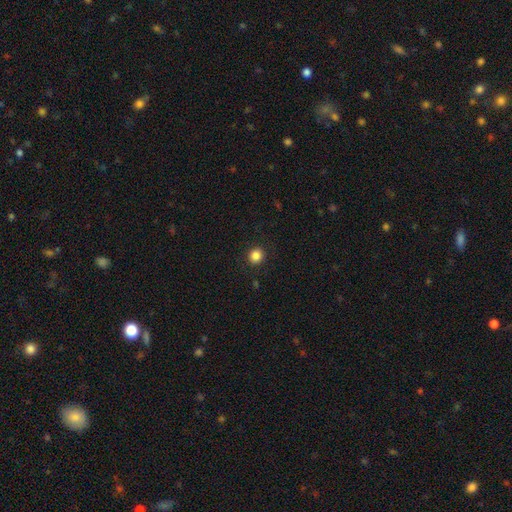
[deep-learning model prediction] smooth_or_featured: smooth (p=0.85) [alt: star or artifact p=0.11]
how_rounded: round (p=0.89) [alt: in between p=0.10]
merging: none (p=0.91) [alt: minor disturbance p=0.06]